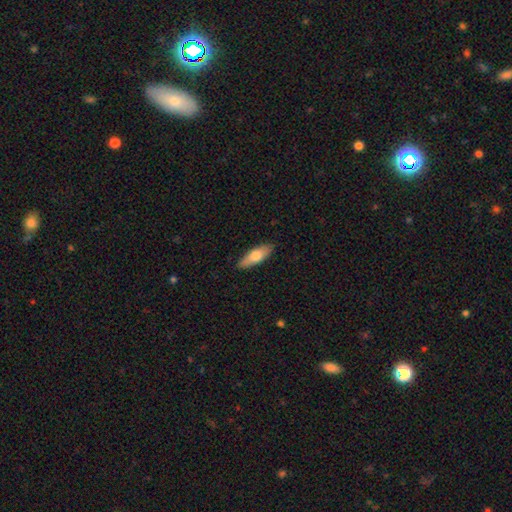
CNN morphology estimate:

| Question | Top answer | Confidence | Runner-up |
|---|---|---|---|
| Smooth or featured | smooth | 69% | featured or disk (25%) |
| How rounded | in between | 57% | cigar-shaped (41%) |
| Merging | none | 87% | minor disturbance (10%) |